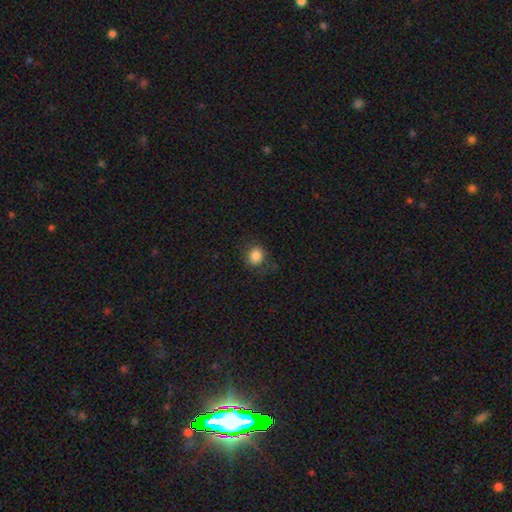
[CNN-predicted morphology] smooth-or-featured: smooth: 83% | star or artifact: 10% | featured or disk: 7%
  how-rounded: round: 77% | in between: 22% | cigar-shaped: 1%
  merging: none: 76% | minor disturbance: 15% | major disturbance: 7% | merger: 1%